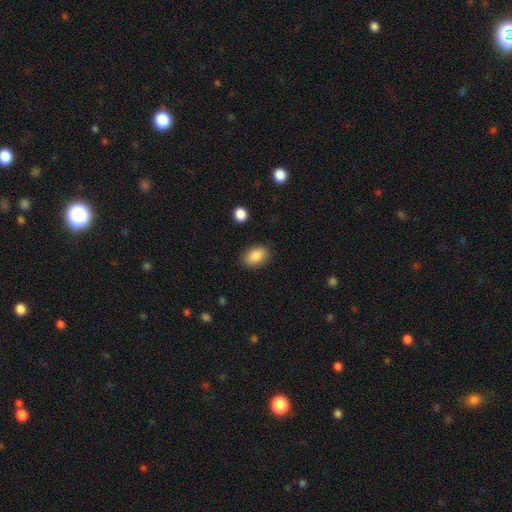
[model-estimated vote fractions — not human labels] A smooth galaxy with no disk features (87%) that is in between round and cigar-shaped (85%). Merging: none (86%).